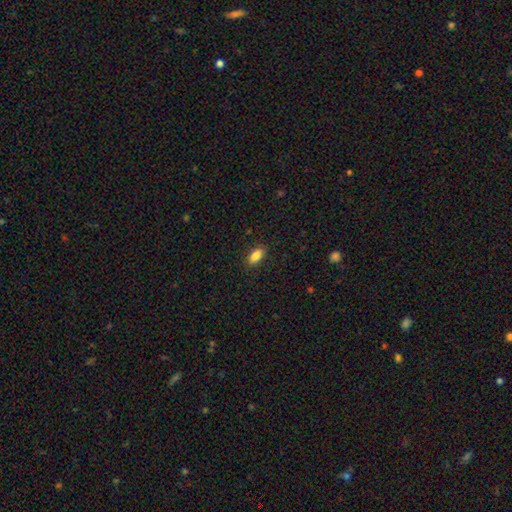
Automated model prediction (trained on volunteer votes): Smooth or featured? Predicted: smooth (p=0.86). How rounded? Predicted: in between (p=0.88). Merging? Predicted: none (p=0.88).